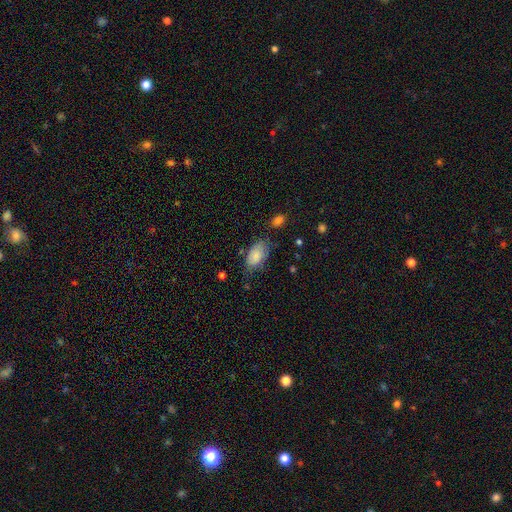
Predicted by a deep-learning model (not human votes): Smooth or featured? Predicted: smooth (p=0.83). How rounded? Predicted: in between (p=0.93). Merging? Predicted: none (p=0.58).